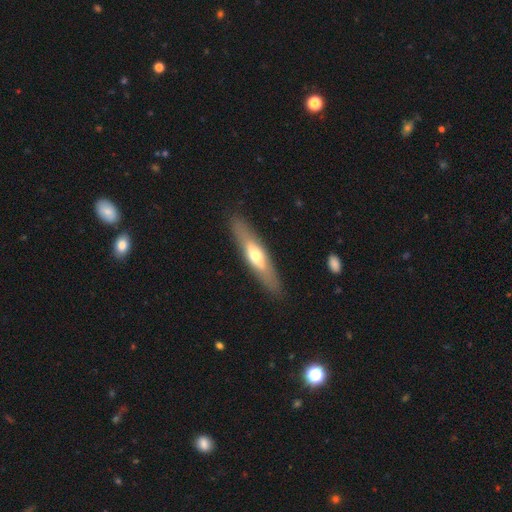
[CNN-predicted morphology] Smooth or featured: featured or disk — 48% (smooth — 46%)
Merging: none — 87% (minor disturbance — 9%)